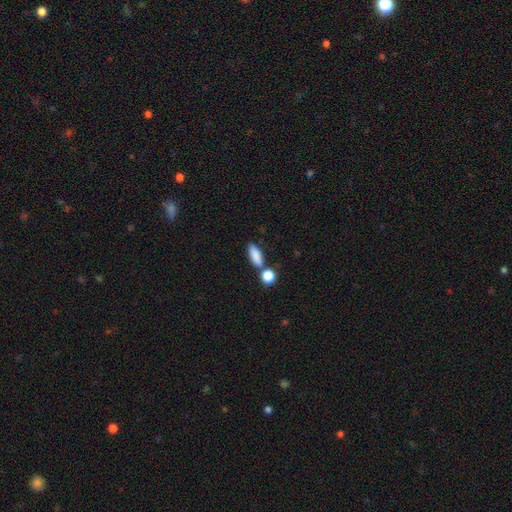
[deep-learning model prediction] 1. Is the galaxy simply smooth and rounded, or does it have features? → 85% smooth, 8% star or artifact, 7% featured or disk.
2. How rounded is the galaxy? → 70% in between, 22% cigar-shaped, 8% round.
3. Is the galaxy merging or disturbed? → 63% none, 20% merger, 13% minor disturbance, 4% major disturbance.